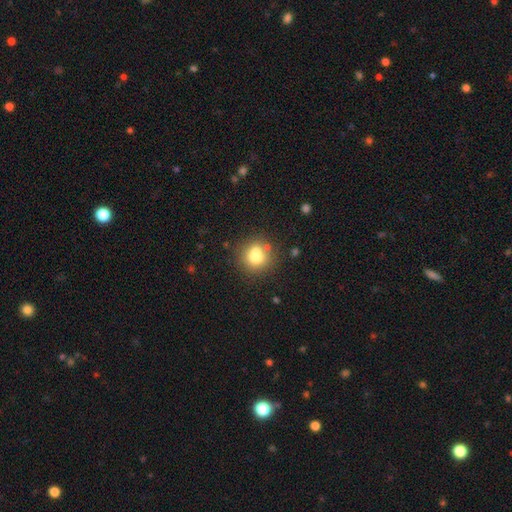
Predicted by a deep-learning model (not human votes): Overall: smooth (71%). How rounded: round (82%). Merging: none (57%; merger 26%).